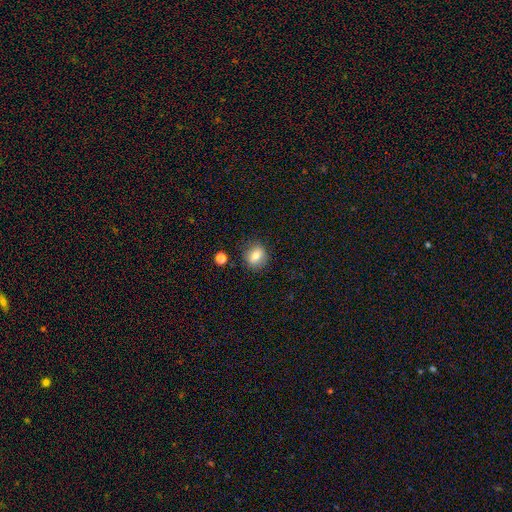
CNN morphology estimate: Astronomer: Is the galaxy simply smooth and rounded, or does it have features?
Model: smooth — 75%.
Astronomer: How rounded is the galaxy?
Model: round — 70%.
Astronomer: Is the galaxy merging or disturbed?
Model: none — 84%.